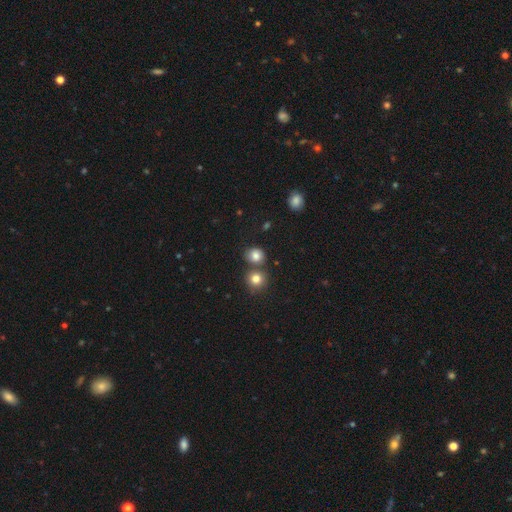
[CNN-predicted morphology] This appears to be a smooth galaxy with no disk features (81%) that is round (77%). Merging: none (64%).